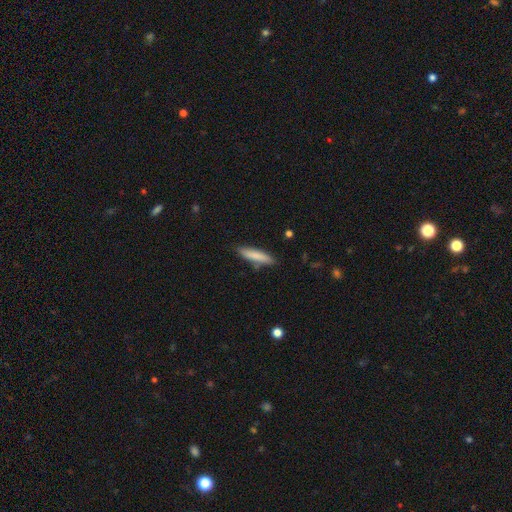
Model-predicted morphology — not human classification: Smooth or featured? Predicted: smooth (p=0.81). How rounded? Predicted: cigar-shaped (p=0.81). Merging? Predicted: none (p=0.80).